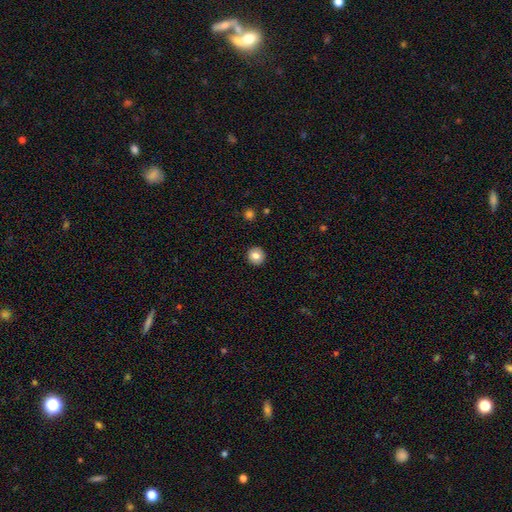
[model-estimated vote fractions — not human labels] This is clearly a smooth galaxy (83%). How rounded: clearly round (94%). Merging: clearly none (93%).